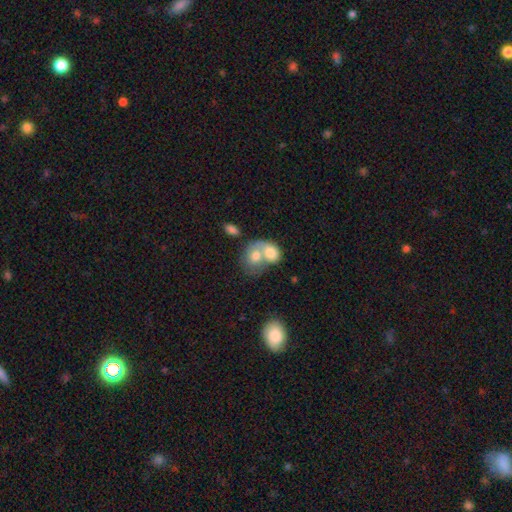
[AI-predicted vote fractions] This appears to be a smooth galaxy with no disk features (69%) that is in between round and cigar-shaped (54%). Merging: merger (77%).